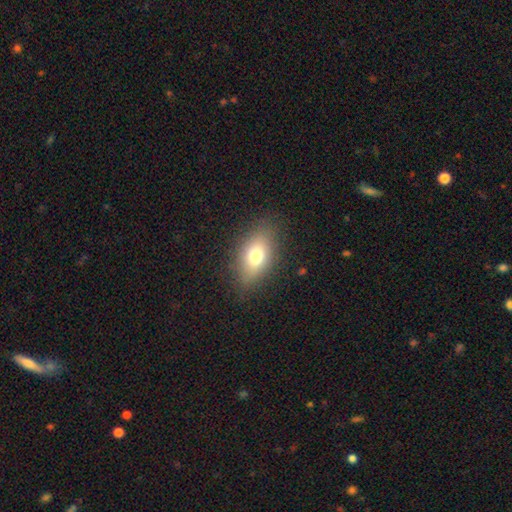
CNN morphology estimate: Smooth or featured: smooth — 73% (featured or disk — 16%)
How rounded: in between — 84% (round — 12%)
Merging: none — 81% (minor disturbance — 13%)